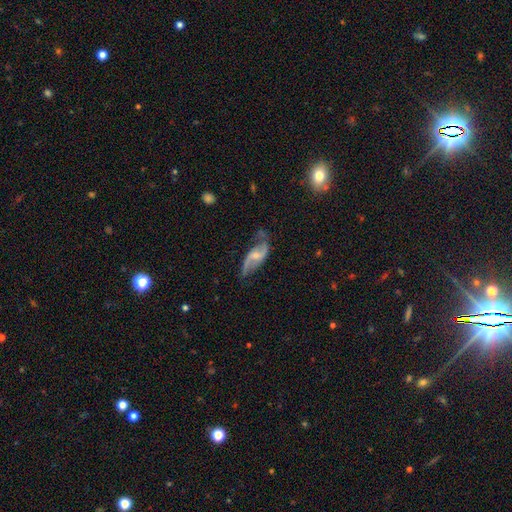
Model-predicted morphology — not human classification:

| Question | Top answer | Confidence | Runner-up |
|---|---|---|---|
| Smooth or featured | featured or disk | 82% | smooth (12%) |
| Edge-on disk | no | 94% | yes (6%) |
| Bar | weak | 46% | no (38%) |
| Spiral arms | yes | 94% | no (6%) |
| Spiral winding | loose | 71% | medium (23%) |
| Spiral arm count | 2 | 91% | can't tell (3%) |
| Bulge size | small | 52% | moderate (36%) |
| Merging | none | 65% | minor disturbance (22%) |